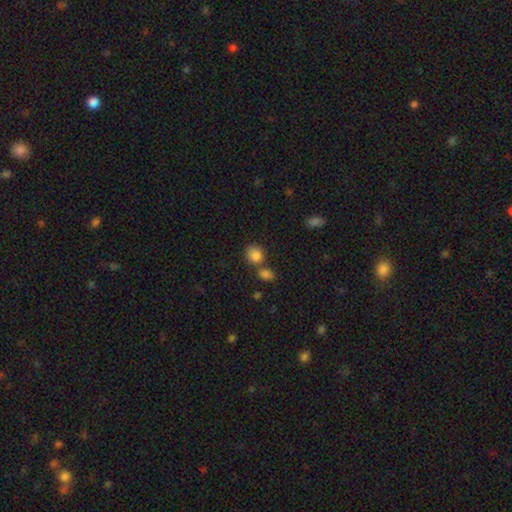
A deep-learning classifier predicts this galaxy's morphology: Smooth or featured?
  - smooth: 85% *
  - star or artifact: 10%
  - featured or disk: 5%
How rounded?
  - round: 74% *
  - in between: 25%
  - cigar-shaped: 1%
Merging?
  - none: 55% *
  - merger: 30%
  - minor disturbance: 11%
  - major disturbance: 4%